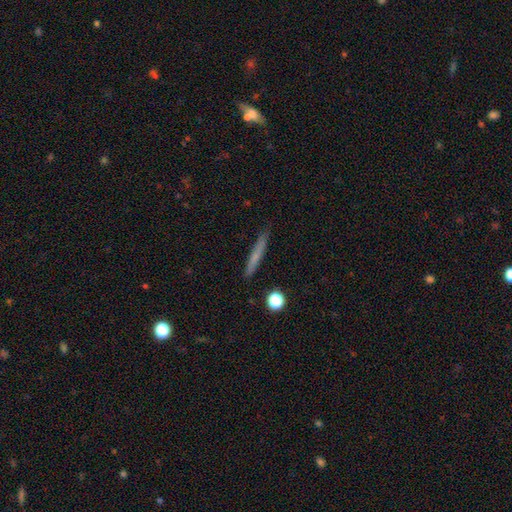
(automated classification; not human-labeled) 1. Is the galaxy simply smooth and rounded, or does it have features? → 63% smooth, 29% featured or disk, 8% star or artifact.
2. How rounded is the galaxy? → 94% cigar-shaped, 4% in between, 2% round.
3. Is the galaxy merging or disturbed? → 88% none, 9% minor disturbance, 2% major disturbance, 2% merger.